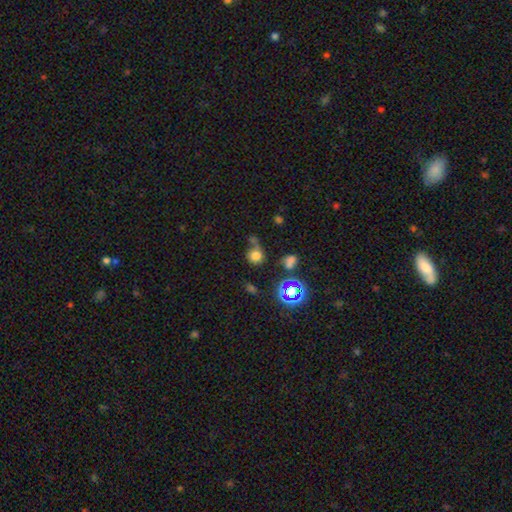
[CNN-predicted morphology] type=smooth (68%); roundness=round (81%); merging=none (46%).